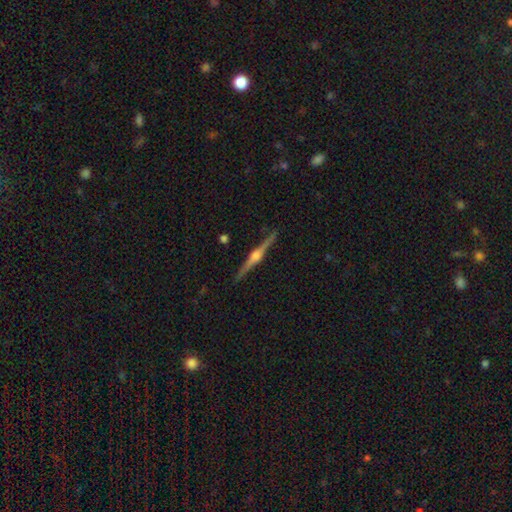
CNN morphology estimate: Q: Smooth or featured?
A: featured or disk (85%); runner-up: smooth (10%)
Q: Edge-on disk?
A: yes (98%); runner-up: no (2%)
Q: Edge-on bulge?
A: rounded (93%); runner-up: boxy (4%)
Q: Merging?
A: none (91%); runner-up: minor disturbance (6%)